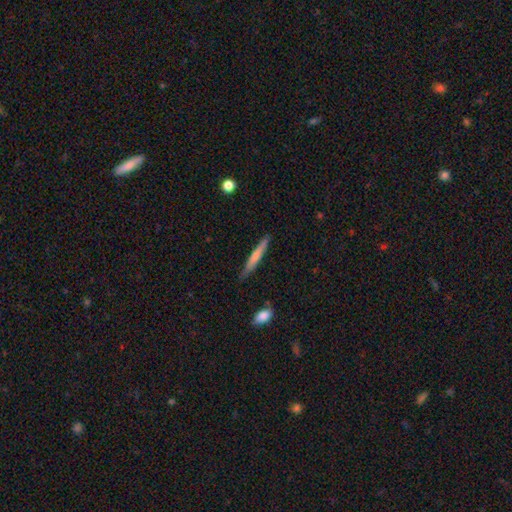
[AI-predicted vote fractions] smooth 66%, featured or disk 28%, star or artifact 5%. Down the decision tree: how rounded — cigar-shaped (95%); merging — none (82%).